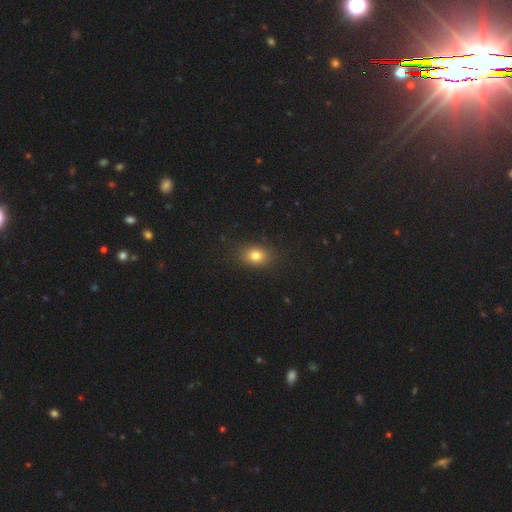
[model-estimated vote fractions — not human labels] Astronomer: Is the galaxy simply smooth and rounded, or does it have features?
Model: smooth — 79%.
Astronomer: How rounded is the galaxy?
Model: in between — 62%.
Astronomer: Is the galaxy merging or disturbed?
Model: none — 86%.